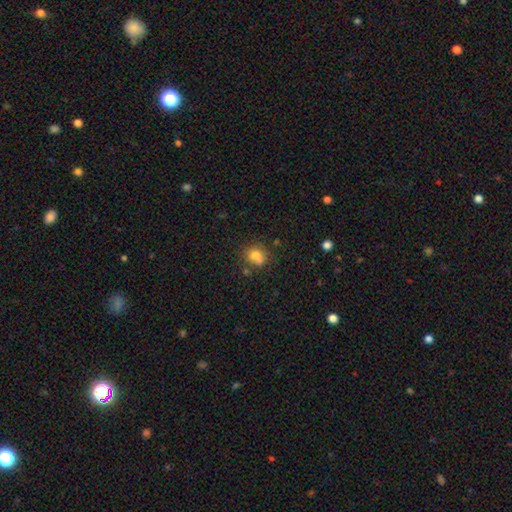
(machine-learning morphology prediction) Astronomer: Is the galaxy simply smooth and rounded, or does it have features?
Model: smooth — 74%.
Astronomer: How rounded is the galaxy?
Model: round — 75%.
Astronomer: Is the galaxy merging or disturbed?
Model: none — 51% (runner-up: merger, 29%).